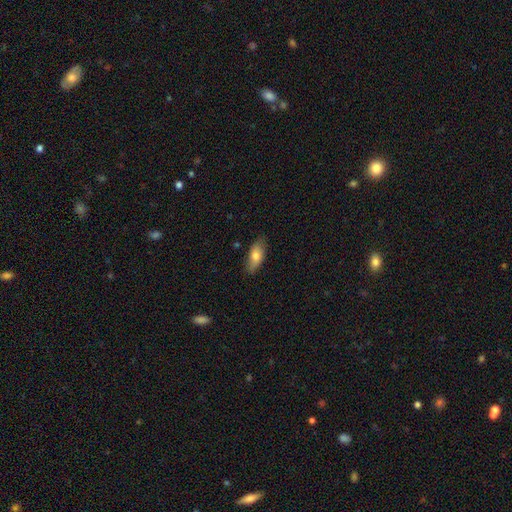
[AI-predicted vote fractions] Morphology: type=smooth (72%); roundness=in between (80%); merging=none (78%).